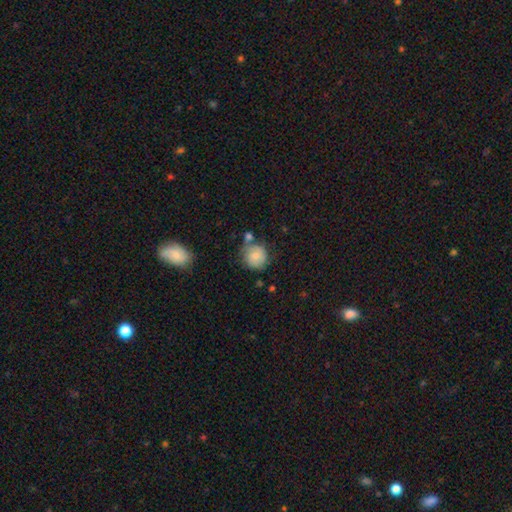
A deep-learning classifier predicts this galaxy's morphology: This appears to be a smooth galaxy with no disk features (73%) that is round (86%). Merging: none (60%).